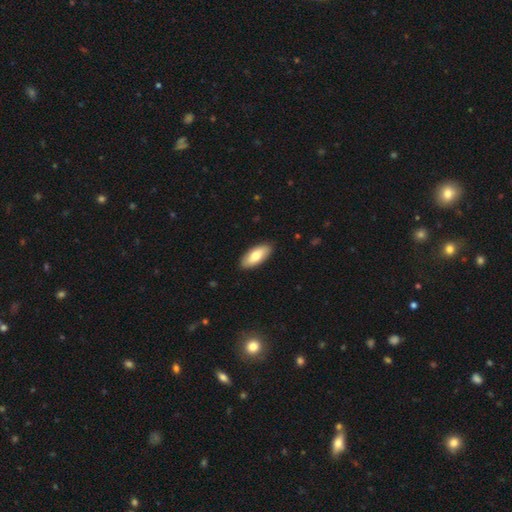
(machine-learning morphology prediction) Smooth or featured? smooth (75%)
How rounded? in between (86%)
Merging? none (89%)